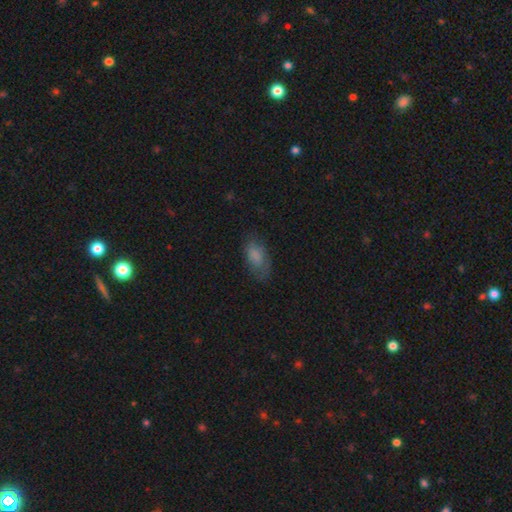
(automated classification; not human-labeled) smooth-or-featured: smooth: 79% | featured or disk: 13% | star or artifact: 9%
  how-rounded: in between: 91% | round: 5% | cigar-shaped: 4%
  merging: none: 67% | minor disturbance: 23% | major disturbance: 8% | merger: 1%